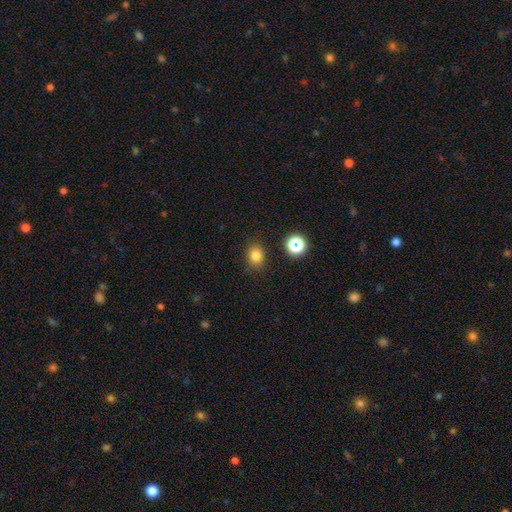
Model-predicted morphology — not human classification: A smooth galaxy with no disk features (80%) that is round (54%).

Vote fractions:
- Smooth or featured? smooth: 80% / star or artifact: 14% / featured or disk: 6%
- How rounded? round: 54% / in between: 45% / cigar-shaped: 1%
- Merging? none: 85% / minor disturbance: 10% / major disturbance: 3% / merger: 2%